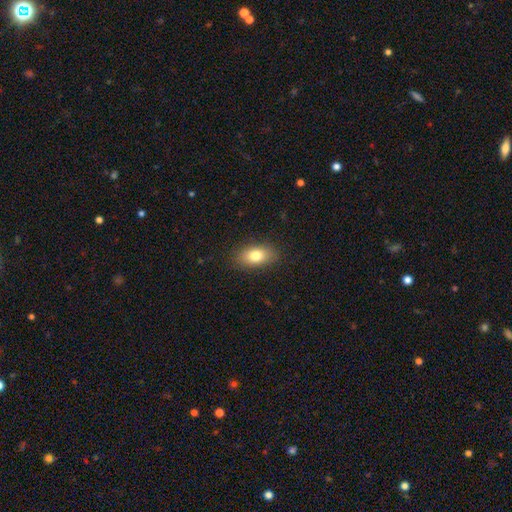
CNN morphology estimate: A smooth galaxy with no disk features (78%) that is in between round and cigar-shaped (86%). Merging: none (86%).